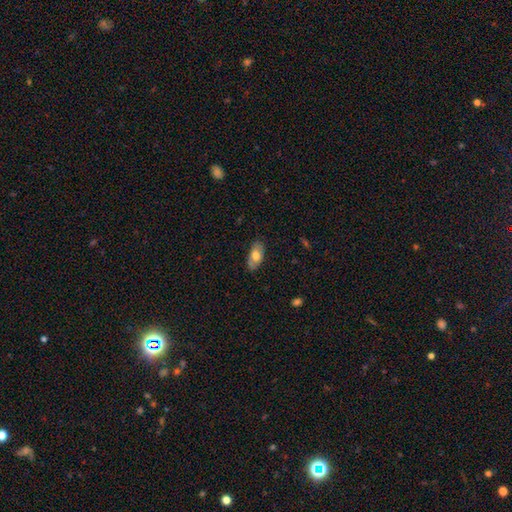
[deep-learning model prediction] This appears to be a smooth galaxy with no disk features (67%) that is in between round and cigar-shaped (91%). Merging: none (80%).